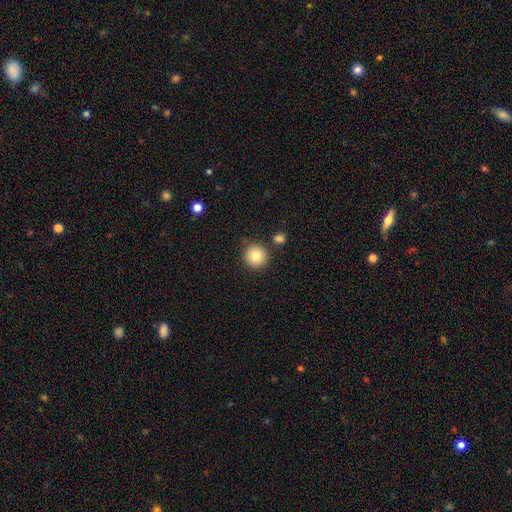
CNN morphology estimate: A smooth galaxy with no disk features (81%) that is round (95%).

Vote fractions:
- Smooth or featured? smooth: 81% / star or artifact: 10% / featured or disk: 9%
- How rounded? round: 95% / in between: 4% / cigar-shaped: 1%
- Merging? none: 86% / minor disturbance: 7% / merger: 5% / major disturbance: 2%